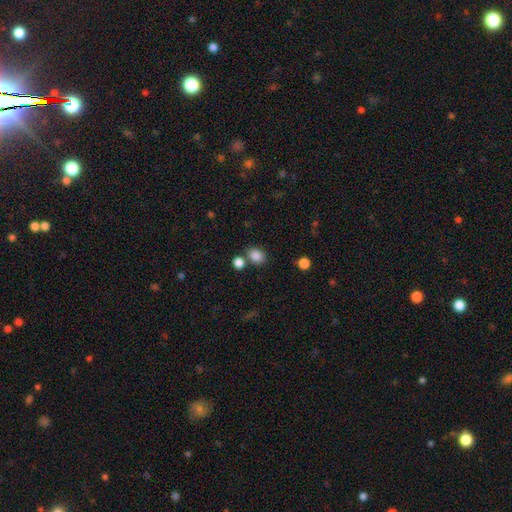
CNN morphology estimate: Overall: smooth (85%). How rounded: in between (54%; round 45%). Merging: none (69%).